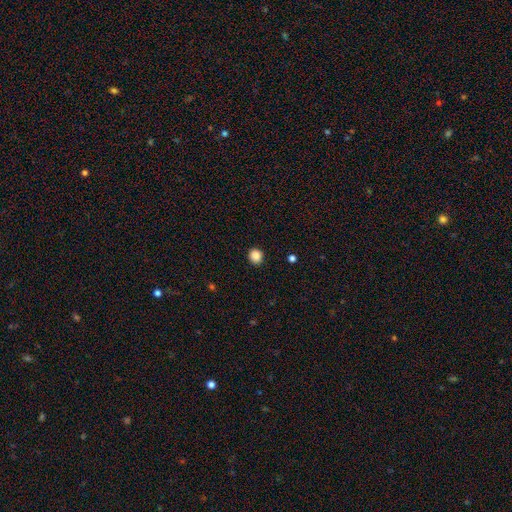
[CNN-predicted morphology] smooth-or-featured: smooth: 87% | star or artifact: 10% | featured or disk: 3%
  how-rounded: round: 87% | in between: 12% | cigar-shaped: 1%
  merging: none: 92% | minor disturbance: 5% | major disturbance: 2% | merger: 1%